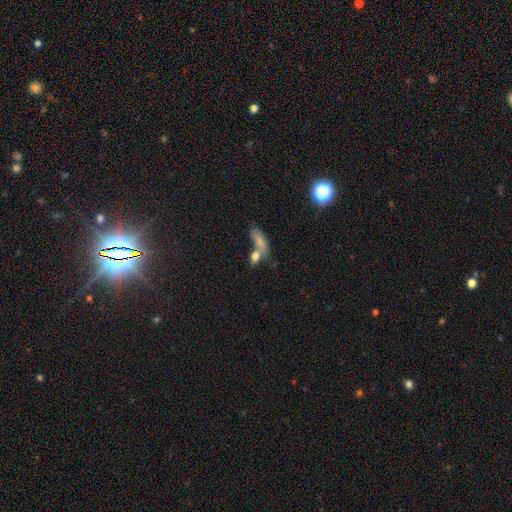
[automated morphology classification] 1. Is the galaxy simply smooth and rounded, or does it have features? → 77% smooth, 13% featured or disk, 10% star or artifact.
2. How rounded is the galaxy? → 70% in between, 15% cigar-shaped, 15% round.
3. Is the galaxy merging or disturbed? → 47% merger, 36% none, 11% minor disturbance, 7% major disturbance.